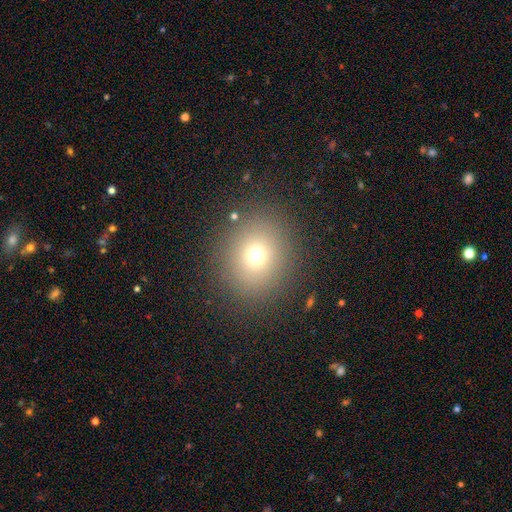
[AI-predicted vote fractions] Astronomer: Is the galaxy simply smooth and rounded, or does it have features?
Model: smooth — 70%.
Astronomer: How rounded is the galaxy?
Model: round — 81%.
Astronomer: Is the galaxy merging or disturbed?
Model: none — 86%.